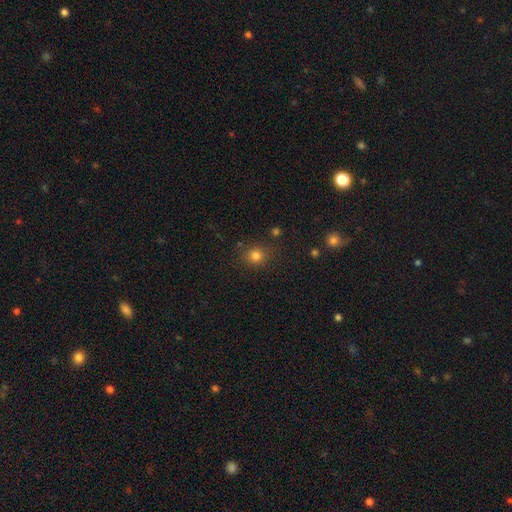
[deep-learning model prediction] Smooth or featured: smooth — 81% (star or artifact — 14%)
How rounded: round — 85% (in between — 14%)
Merging: none — 83% (minor disturbance — 10%)